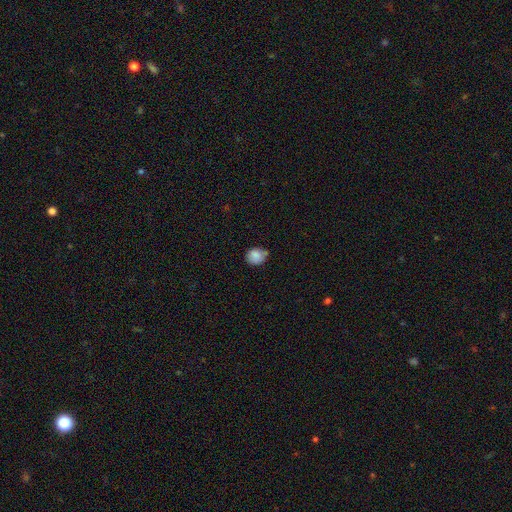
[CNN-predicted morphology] The model was most divided on "merging": none: 63%, minor disturbance: 28%, merger: 5%, major disturbance: 5%. More confident: smooth or featured — smooth (84%); how rounded — round (68%).